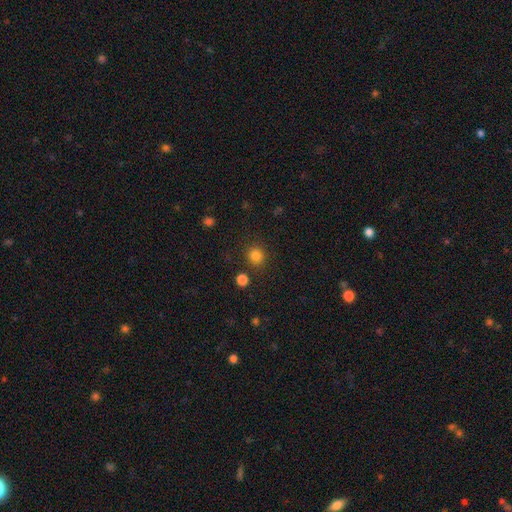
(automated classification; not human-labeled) A smooth galaxy with no disk features (82%) that is round (91%).

Vote fractions:
- Smooth or featured? smooth: 82% / star or artifact: 14% / featured or disk: 4%
- How rounded? round: 91% / in between: 8% / cigar-shaped: 1%
- Merging? none: 86% / minor disturbance: 7% / merger: 4% / major disturbance: 3%